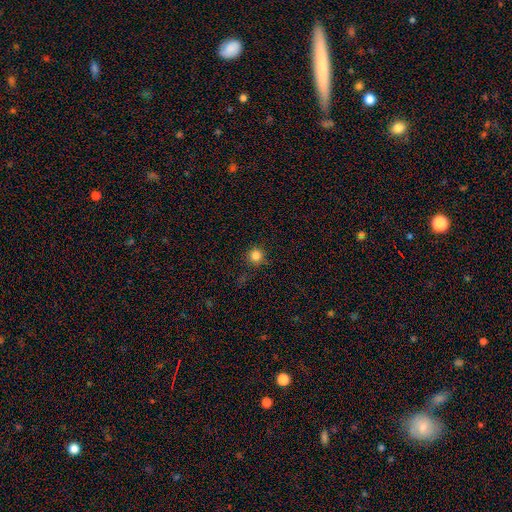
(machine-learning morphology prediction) type=smooth (83%); roundness=round (95%); merging=none (88%).